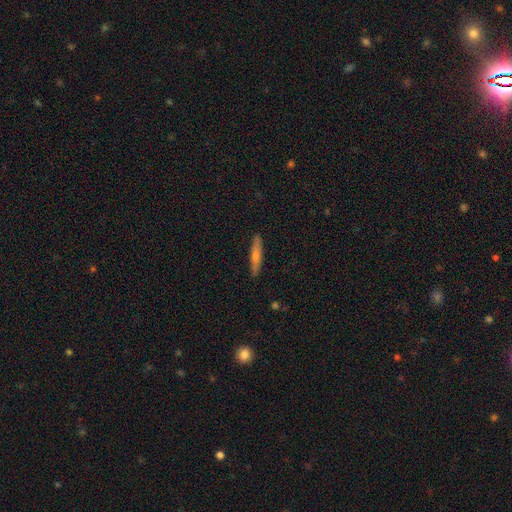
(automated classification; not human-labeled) This appears to be a smooth galaxy with no disk features (49%). Merging: none (90%).